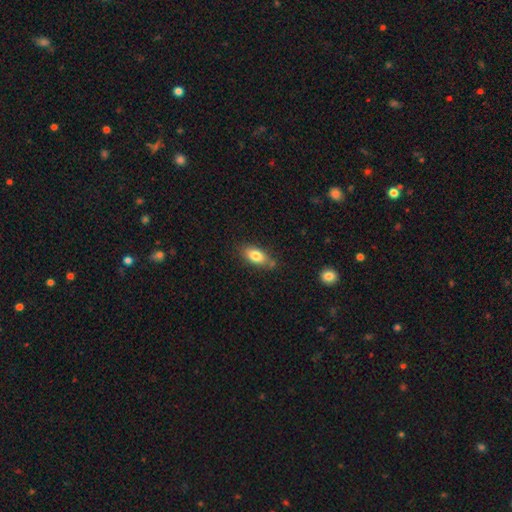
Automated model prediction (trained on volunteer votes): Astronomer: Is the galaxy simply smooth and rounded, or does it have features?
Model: smooth — 80%.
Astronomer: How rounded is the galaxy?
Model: in between — 88%.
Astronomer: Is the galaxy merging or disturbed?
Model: none — 72%.